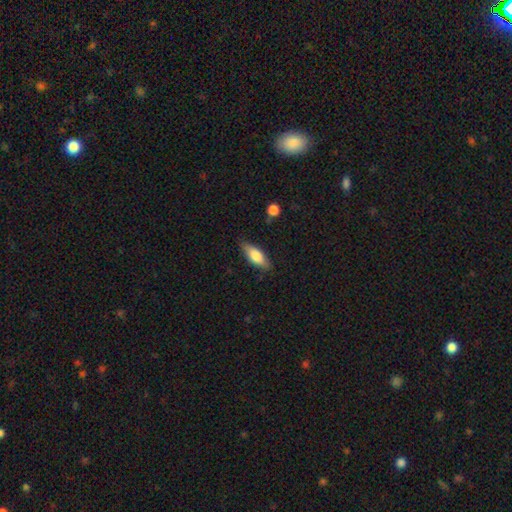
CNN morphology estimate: smooth 74%, featured or disk 20%, star or artifact 6%. Down the decision tree: how rounded — in between (69%); merging — none (82%).